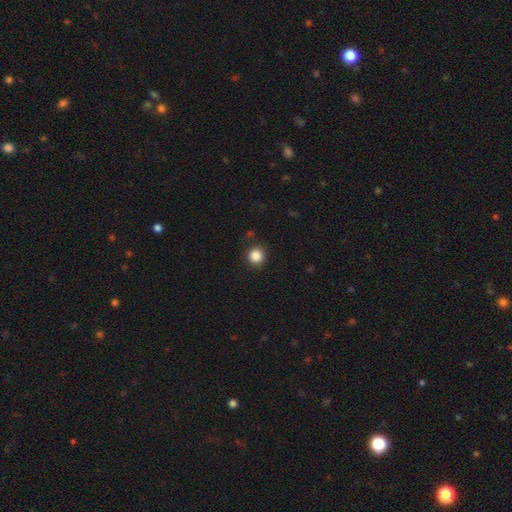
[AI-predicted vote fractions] A smooth galaxy with no disk features (86%) that is round (93%). Merging: none (89%).